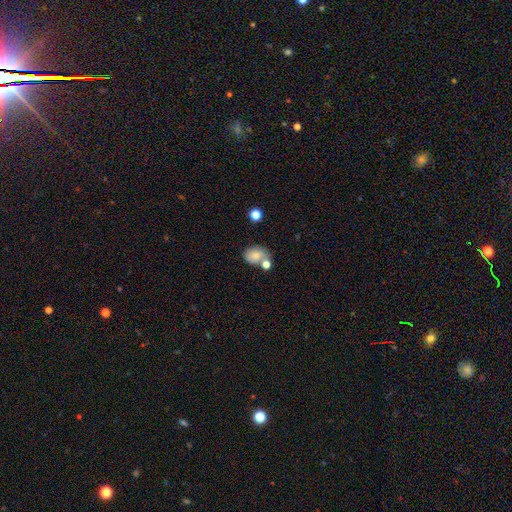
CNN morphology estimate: smooth-or-featured: smooth: 76% | featured or disk: 15% | star or artifact: 10%
  how-rounded: in between: 55% | round: 44% | cigar-shaped: 1%
  merging: none: 50% | merger: 26% | minor disturbance: 17% | major disturbance: 6%